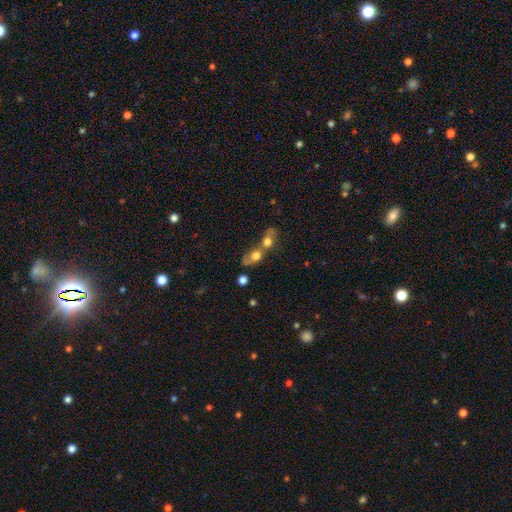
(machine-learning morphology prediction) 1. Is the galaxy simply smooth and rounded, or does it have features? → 67% smooth, 21% featured or disk, 12% star or artifact.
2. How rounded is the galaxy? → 55% round, 41% in between, 4% cigar-shaped.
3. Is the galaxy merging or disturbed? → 73% merger, 15% none, 6% major disturbance, 6% minor disturbance.